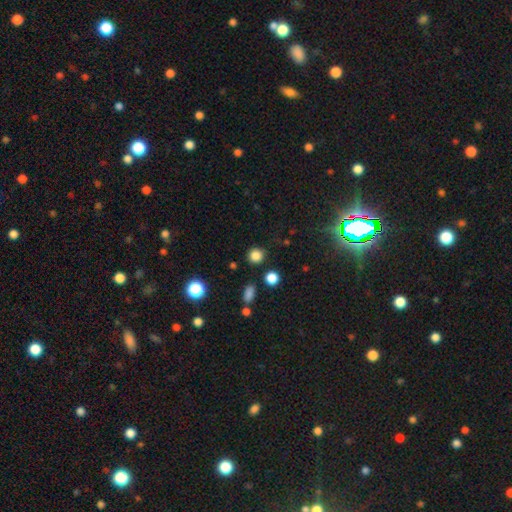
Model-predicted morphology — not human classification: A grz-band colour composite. It shows a smooth galaxy with no disk features (83%) that is round (89%). Merging: none (85%).